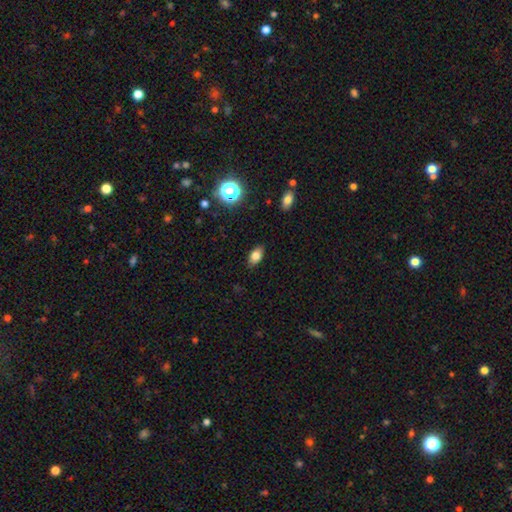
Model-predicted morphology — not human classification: smooth_or_featured: smooth (p=0.79) [alt: star or artifact p=0.12]
how_rounded: in between (p=0.87) [alt: round p=0.10]
merging: none (p=0.87) [alt: minor disturbance p=0.10]